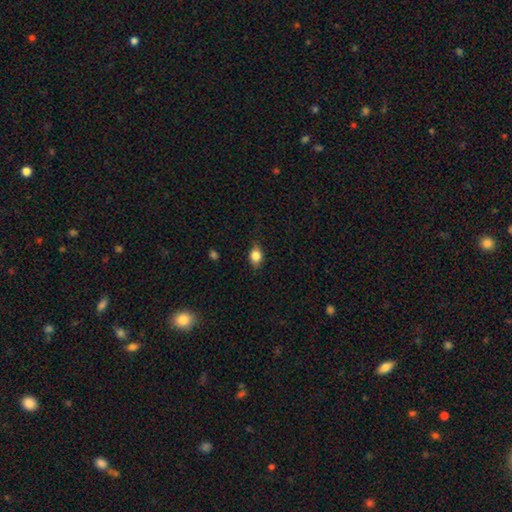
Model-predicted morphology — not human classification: The model was most divided on "how rounded": in between: 58%, round: 39%, cigar-shaped: 3%. More confident: smooth or featured — smooth (79%); merging — none (75%).